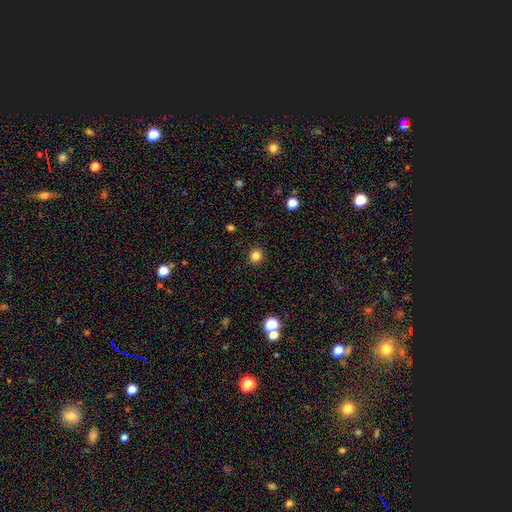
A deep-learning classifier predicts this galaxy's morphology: This appears to be a smooth galaxy with no disk features (83%) that is round (93%). Merging: none (92%).